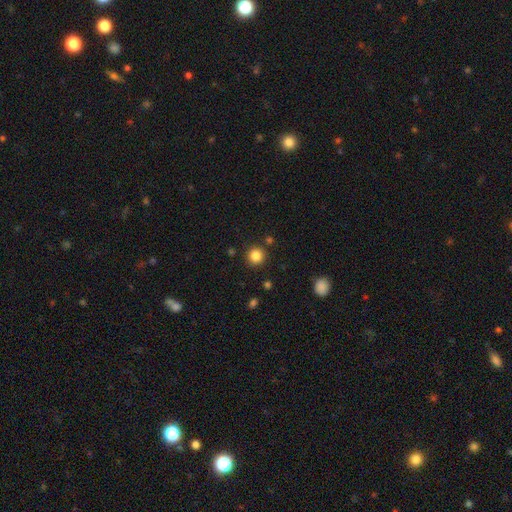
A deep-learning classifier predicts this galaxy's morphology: Overall: smooth (85%). How rounded: round (93%). Merging: none (88%).